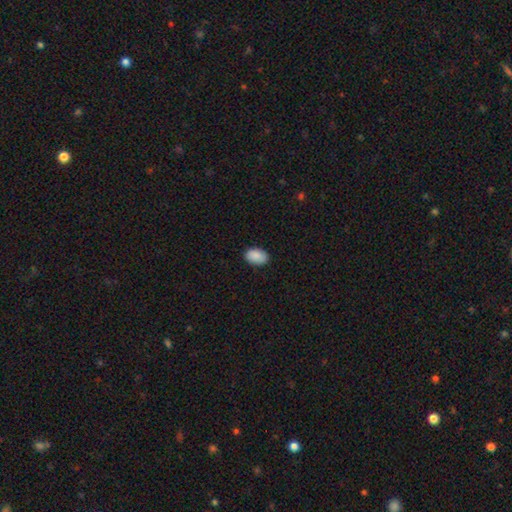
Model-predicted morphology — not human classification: Smooth or featured?
  - smooth: 90% *
  - star or artifact: 6%
  - featured or disk: 4%
How rounded?
  - in between: 90% *
  - round: 8%
  - cigar-shaped: 1%
Merging?
  - none: 87% *
  - minor disturbance: 10%
  - major disturbance: 2%
  - merger: 1%